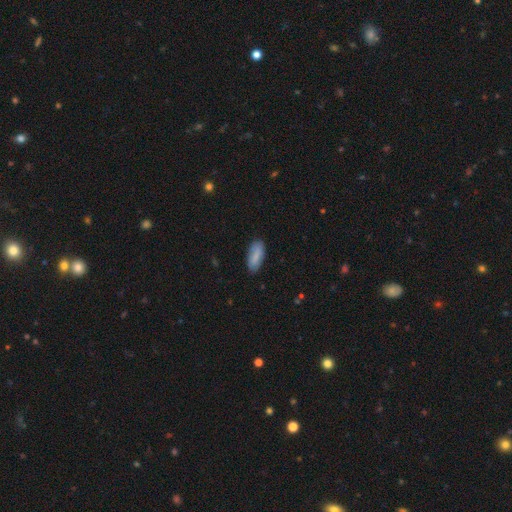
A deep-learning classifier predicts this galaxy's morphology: This is clearly a smooth galaxy (83%). How rounded: clearly in between (80%). Merging: clearly none (82%).